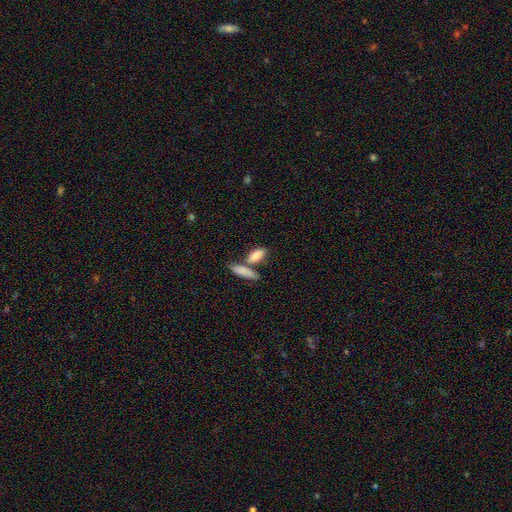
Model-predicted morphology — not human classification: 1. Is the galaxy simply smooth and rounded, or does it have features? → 82% smooth, 12% featured or disk, 6% star or artifact.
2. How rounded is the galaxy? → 73% in between, 24% cigar-shaped, 3% round.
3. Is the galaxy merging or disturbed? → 47% none, 38% merger, 11% minor disturbance, 4% major disturbance.